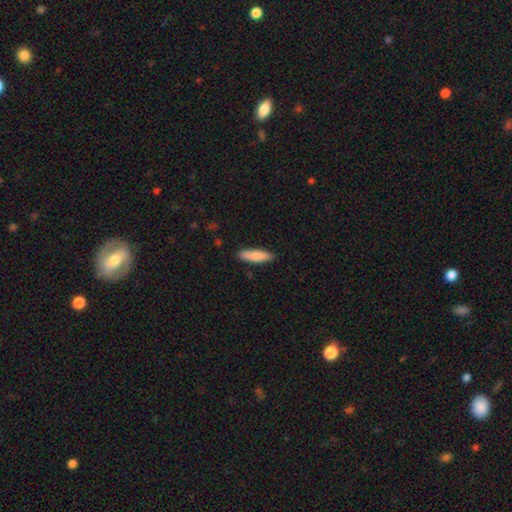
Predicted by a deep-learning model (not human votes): A smooth galaxy with no disk features (82%) that is cigar-shaped (69%). Merging: none (88%).